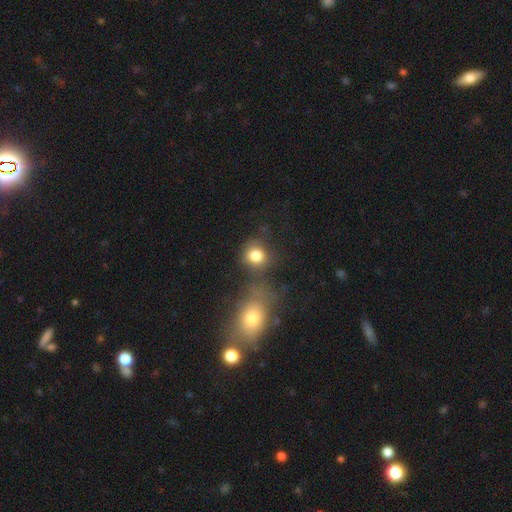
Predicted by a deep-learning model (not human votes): The model was most divided on "merging": none: 54%, merger: 25%, minor disturbance: 13%, major disturbance: 8%. More confident: smooth or featured — smooth (80%); how rounded — round (80%).